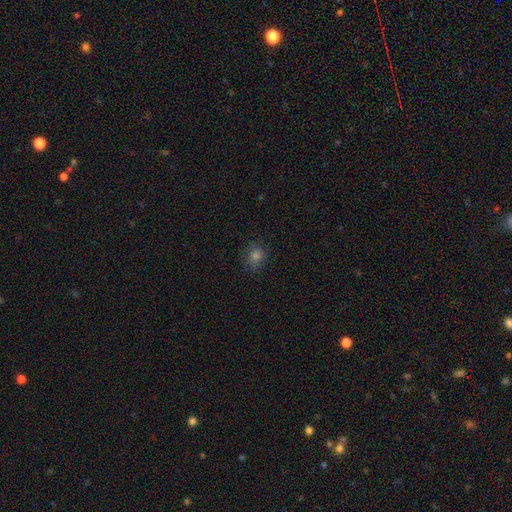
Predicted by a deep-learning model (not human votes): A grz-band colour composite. It shows a smooth galaxy with no disk features (75%) that is round (73%). Merging: none (85%).